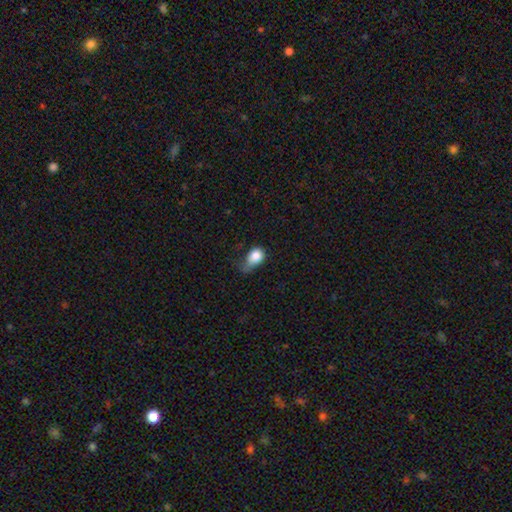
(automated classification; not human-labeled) This appears to be a smooth galaxy with no disk features (82%) that is in between round and cigar-shaped (56%). Merging: minor disturbance (39%).